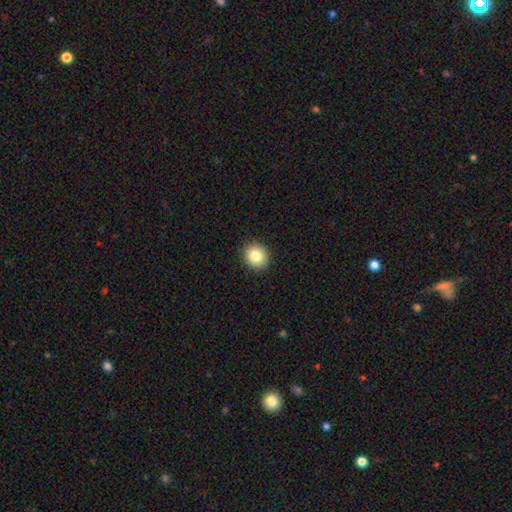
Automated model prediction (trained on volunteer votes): Overall: smooth (84%). How rounded: round (77%). Merging: none (92%).